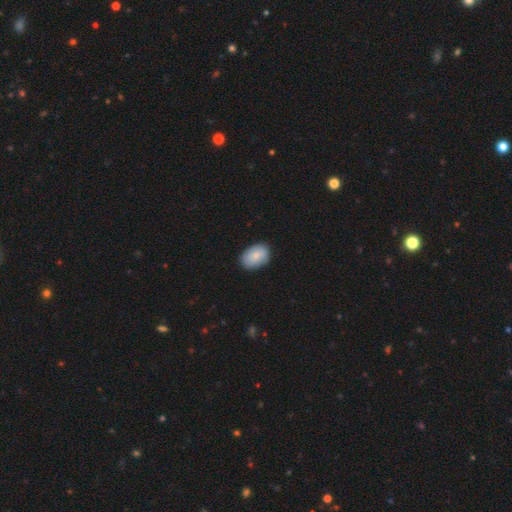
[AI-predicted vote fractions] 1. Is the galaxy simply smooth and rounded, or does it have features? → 83% smooth, 12% featured or disk, 6% star or artifact.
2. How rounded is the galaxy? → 85% in between, 14% round, 1% cigar-shaped.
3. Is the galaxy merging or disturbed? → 84% none, 13% minor disturbance, 2% major disturbance, 1% merger.